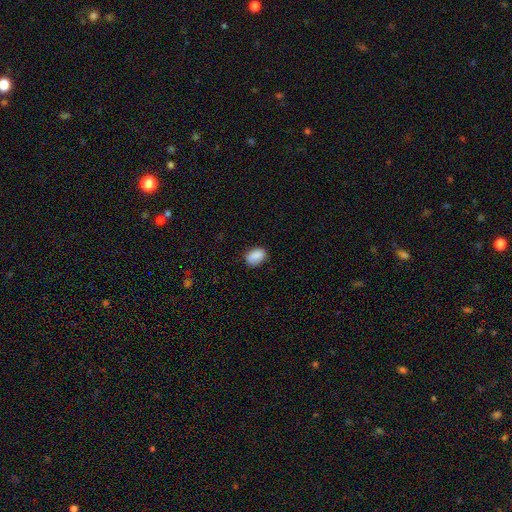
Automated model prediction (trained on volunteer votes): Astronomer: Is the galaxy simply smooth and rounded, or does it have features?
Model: smooth — 88%.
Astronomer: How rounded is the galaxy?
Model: in between — 83%.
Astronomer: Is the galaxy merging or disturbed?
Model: none — 79%.